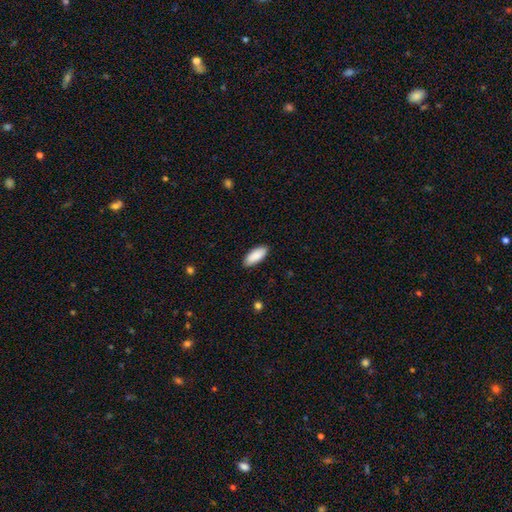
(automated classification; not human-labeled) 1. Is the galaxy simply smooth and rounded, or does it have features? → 89% smooth, 6% star or artifact, 5% featured or disk.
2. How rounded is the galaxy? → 82% in between, 17% cigar-shaped, 2% round.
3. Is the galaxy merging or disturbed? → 88% none, 9% minor disturbance, 2% major disturbance, 1% merger.